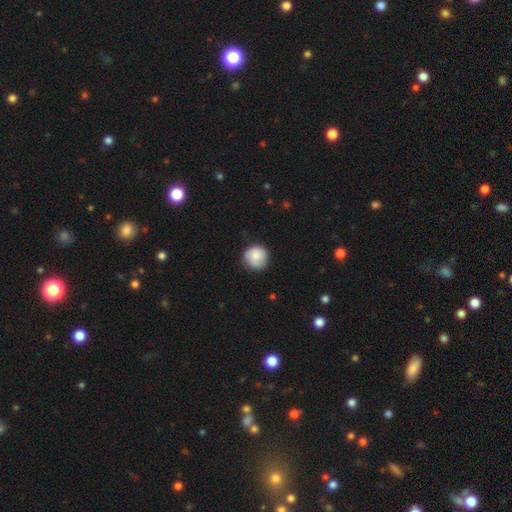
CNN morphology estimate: smooth-or-featured: smooth: 82% | featured or disk: 11% | star or artifact: 7%
  how-rounded: round: 93% | in between: 6% | cigar-shaped: 1%
  merging: none: 80% | minor disturbance: 16% | major disturbance: 3% | merger: 1%